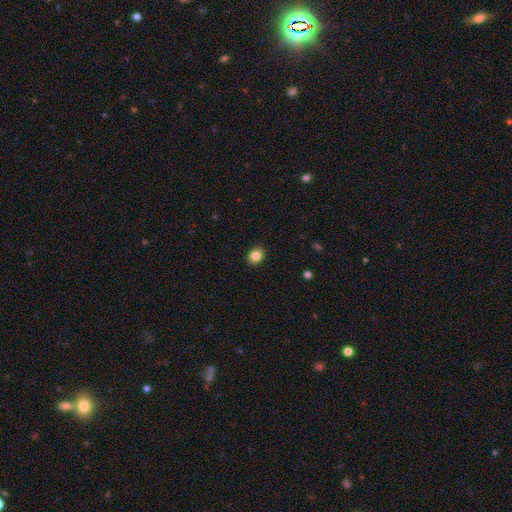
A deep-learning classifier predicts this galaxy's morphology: Smooth or featured: smooth — 85% (star or artifact — 10%)
How rounded: round — 58% (in between — 41%)
Merging: none — 91% (minor disturbance — 7%)